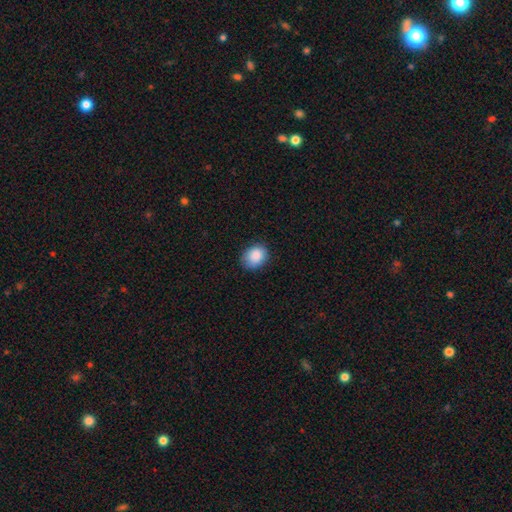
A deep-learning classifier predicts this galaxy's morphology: A smooth galaxy with no disk features (89%) that is round (55%).

Vote fractions:
- Smooth or featured? smooth: 89% / star or artifact: 8% / featured or disk: 4%
- How rounded? round: 55% / in between: 44% / cigar-shaped: 1%
- Merging? none: 83% / minor disturbance: 14% / major disturbance: 3% / merger: 1%